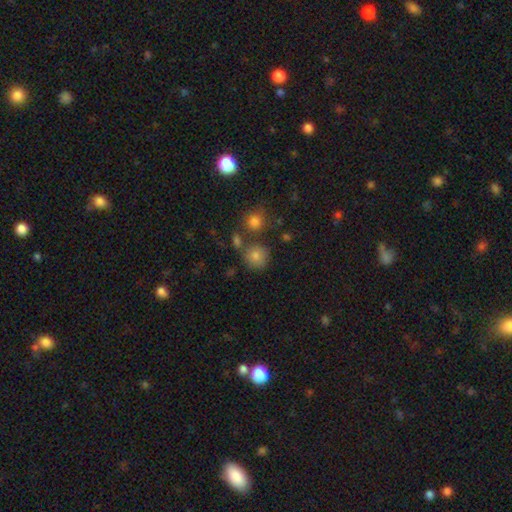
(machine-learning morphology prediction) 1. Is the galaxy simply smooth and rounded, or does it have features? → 80% smooth, 12% star or artifact, 9% featured or disk.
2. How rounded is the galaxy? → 88% round, 11% in between, 1% cigar-shaped.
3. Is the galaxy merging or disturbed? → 67% none, 16% merger, 12% minor disturbance, 5% major disturbance.